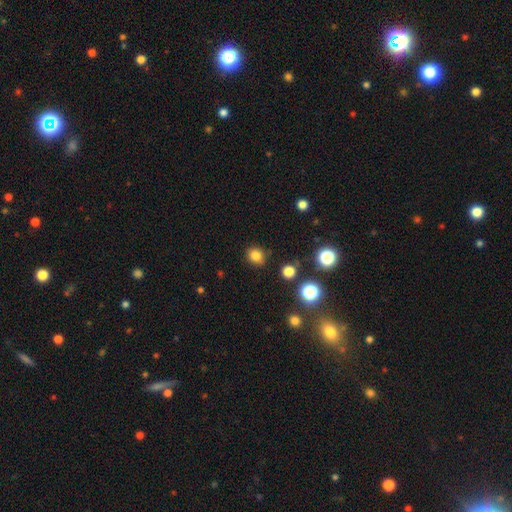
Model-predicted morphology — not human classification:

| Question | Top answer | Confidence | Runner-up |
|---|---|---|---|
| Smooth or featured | smooth | 81% | star or artifact (13%) |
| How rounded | round | 68% | in between (31%) |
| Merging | none | 87% | minor disturbance (8%) |